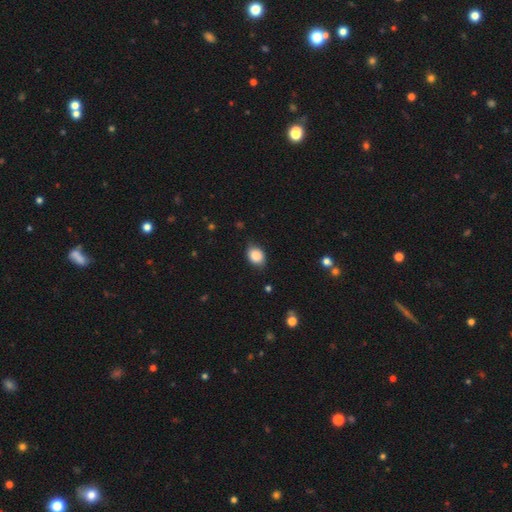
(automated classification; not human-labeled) A smooth galaxy with no disk features (87%) that is in between round and cigar-shaped (64%).

Vote fractions:
- Smooth or featured? smooth: 87% / star or artifact: 8% / featured or disk: 5%
- How rounded? in between: 64% / round: 35% / cigar-shaped: 1%
- Merging? none: 77% / minor disturbance: 18% / major disturbance: 3% / merger: 1%